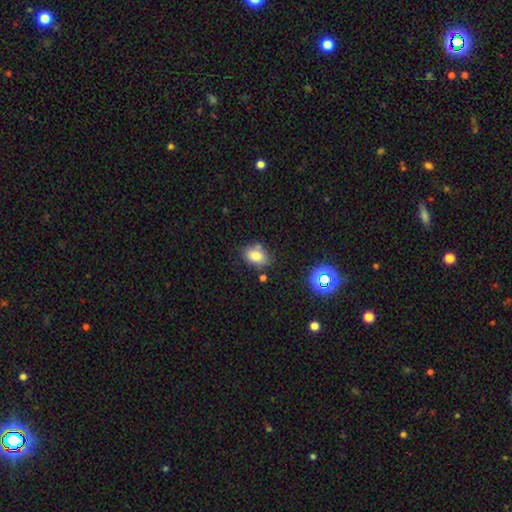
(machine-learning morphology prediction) Overall: smooth (78%). How rounded: in between (76%). Merging: none (70%).